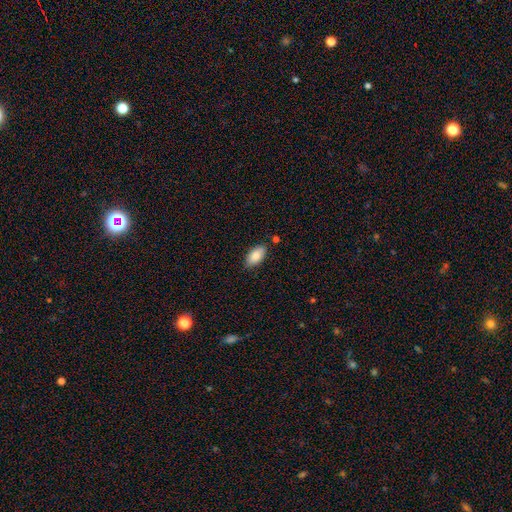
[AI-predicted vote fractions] Smooth or featured?
  - smooth: 85% *
  - featured or disk: 8%
  - star or artifact: 7%
How rounded?
  - in between: 94% *
  - cigar-shaped: 3%
  - round: 3%
Merging?
  - none: 82% *
  - minor disturbance: 13%
  - merger: 3%
  - major disturbance: 2%